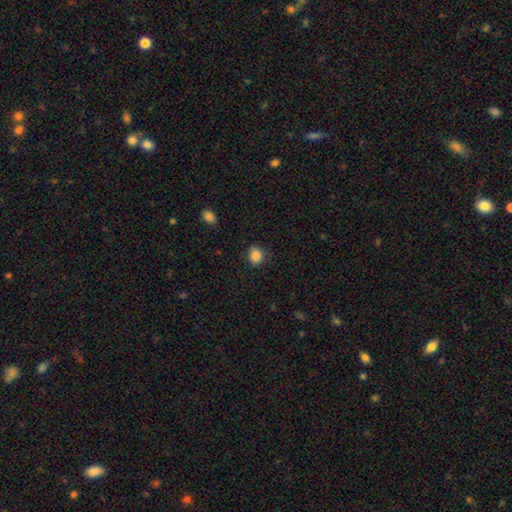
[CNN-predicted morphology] Smooth or featured?
  - smooth: 86% *
  - star or artifact: 10%
  - featured or disk: 4%
How rounded?
  - round: 67% *
  - in between: 32%
  - cigar-shaped: 1%
Merging?
  - none: 80% *
  - minor disturbance: 16%
  - major disturbance: 3%
  - merger: 1%